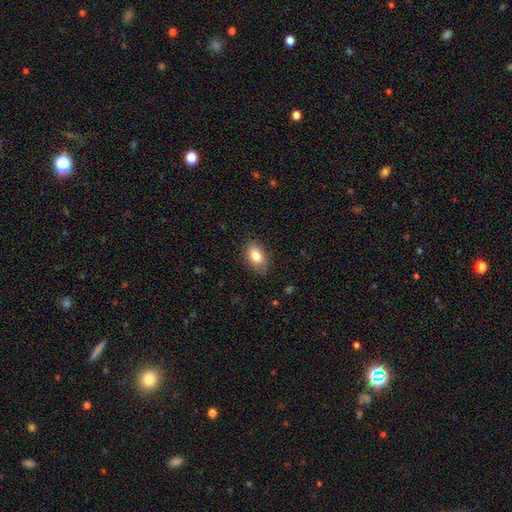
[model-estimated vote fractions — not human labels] This is clearly a smooth galaxy (82%). How rounded: clearly in between (90%). Merging: clearly none (81%).